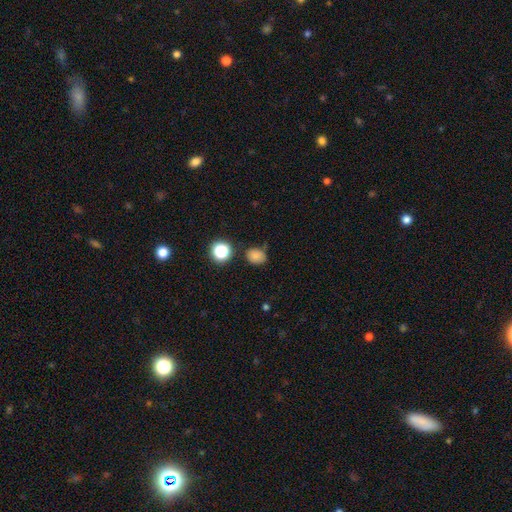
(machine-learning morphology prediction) The model was most divided on "how rounded": round: 56%, in between: 43%, cigar-shaped: 1%. More confident: smooth or featured — smooth (79%); merging — none (71%).